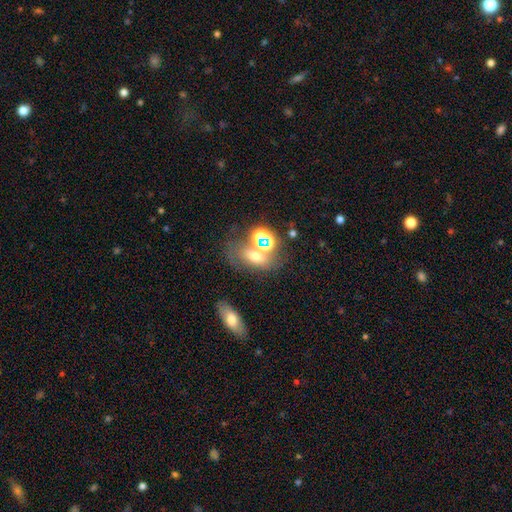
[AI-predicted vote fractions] Overall: smooth (55%; star or artifact 27%). How rounded: in between (69%). Merging: none (45%; merger 32%).